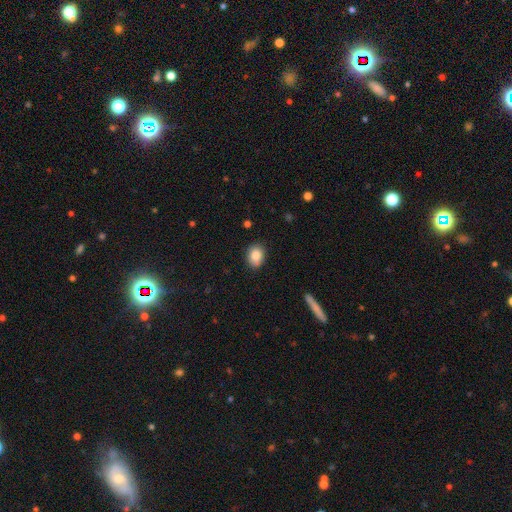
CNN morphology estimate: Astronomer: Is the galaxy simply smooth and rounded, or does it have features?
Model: smooth — 86%.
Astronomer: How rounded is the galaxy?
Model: in between — 59% (runner-up: round, 40%).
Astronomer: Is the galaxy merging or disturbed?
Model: none — 85%.